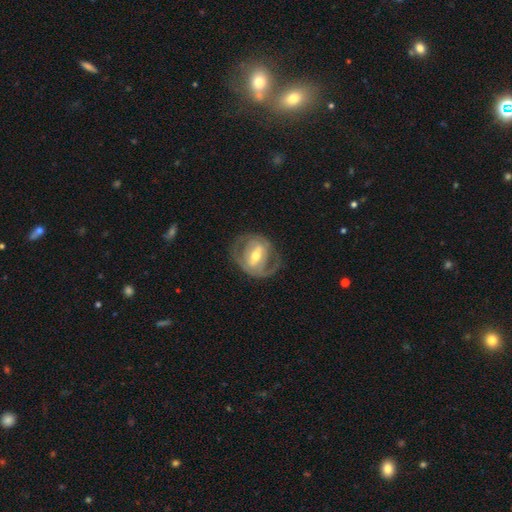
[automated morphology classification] A featured or disk galaxy (76%) with a strong bar (48%), spiral arms (69%) and a moderate central bulge (69%). Merging: none (65%).